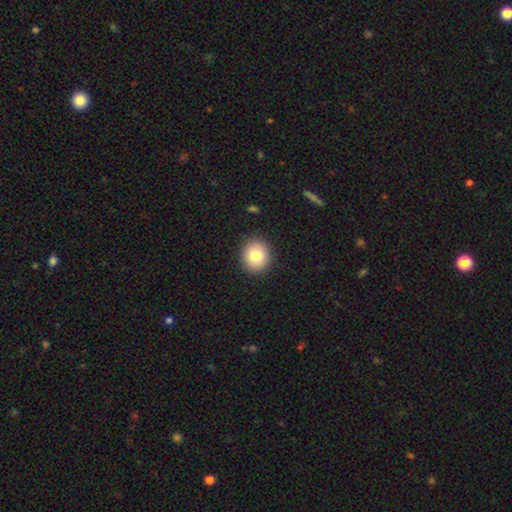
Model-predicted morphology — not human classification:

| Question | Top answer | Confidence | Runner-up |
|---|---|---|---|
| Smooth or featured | smooth | 81% | featured or disk (10%) |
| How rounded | round | 75% | in between (24%) |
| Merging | none | 90% | minor disturbance (7%) |